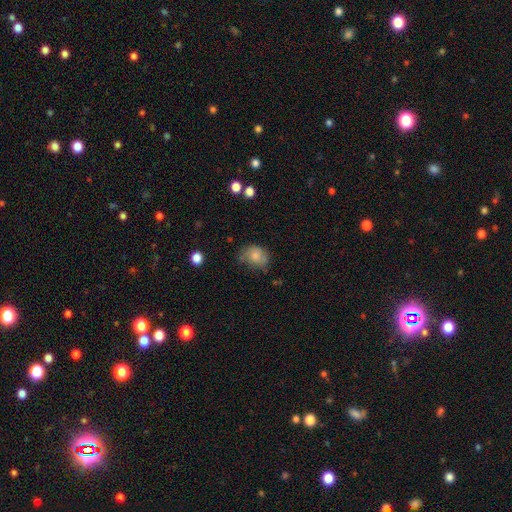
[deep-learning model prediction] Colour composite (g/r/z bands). It shows a smooth galaxy with no disk features (73%) that is round (50%). Merging: none (54%).